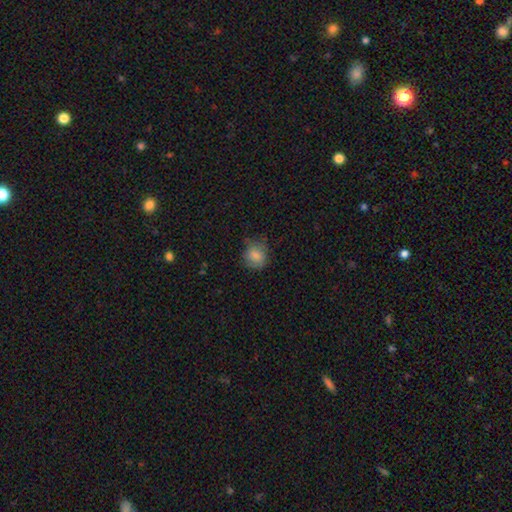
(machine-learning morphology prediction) smooth-or-featured: smooth: 82% | star or artifact: 9% | featured or disk: 9%
  how-rounded: round: 78% | in between: 21% | cigar-shaped: 1%
  merging: none: 68% | minor disturbance: 24% | major disturbance: 7% | merger: 1%